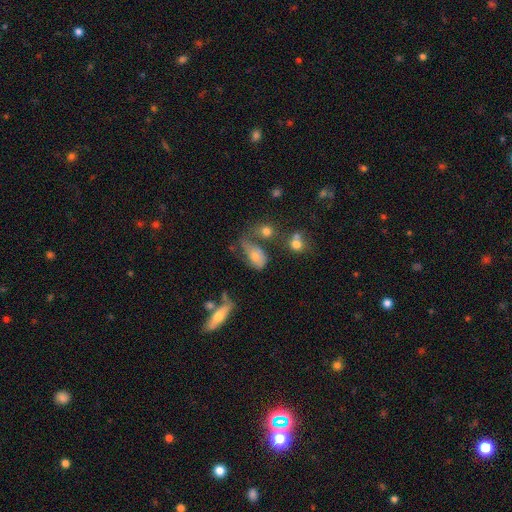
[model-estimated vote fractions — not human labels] Smooth or featured: smooth — 63% (featured or disk — 26%)
How rounded: in between — 87% (round — 9%)
Merging: major disturbance — 31% (minor disturbance — 25%)